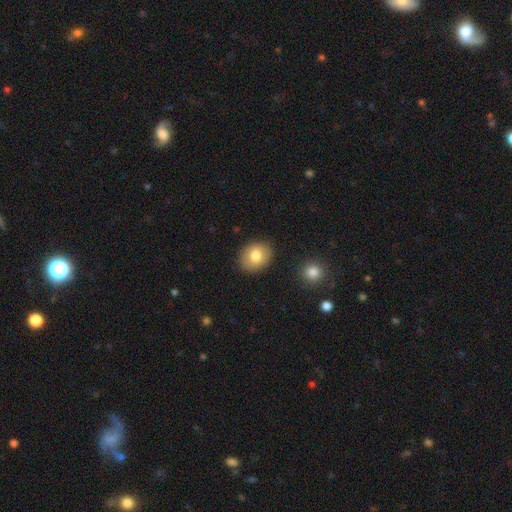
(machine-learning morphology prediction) type=smooth (80%); roundness=round (53%); merging=none (87%).